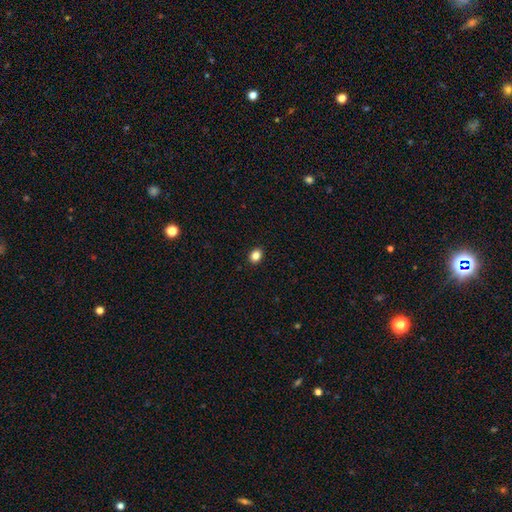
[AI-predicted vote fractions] Smooth or featured: smooth — 85% (star or artifact — 11%)
How rounded: in between — 51% (round — 48%)
Merging: none — 92% (minor disturbance — 6%)